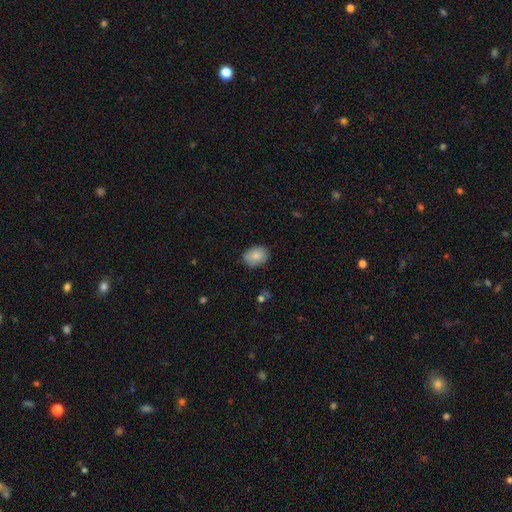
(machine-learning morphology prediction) smooth_or_featured: smooth (p=0.86) [alt: star or artifact p=0.07]
how_rounded: in between (p=0.69) [alt: round p=0.30]
merging: none (p=0.81) [alt: minor disturbance p=0.15]